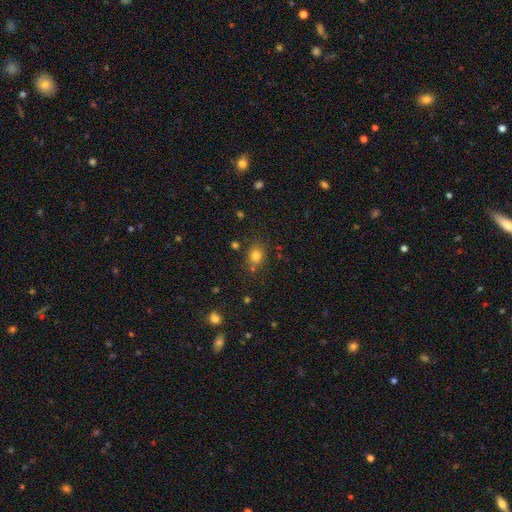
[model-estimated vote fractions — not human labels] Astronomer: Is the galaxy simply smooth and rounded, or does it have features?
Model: smooth — 78%.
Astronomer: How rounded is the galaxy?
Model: round — 59% (runner-up: in between, 40%).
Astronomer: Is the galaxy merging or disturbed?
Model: none — 74%.